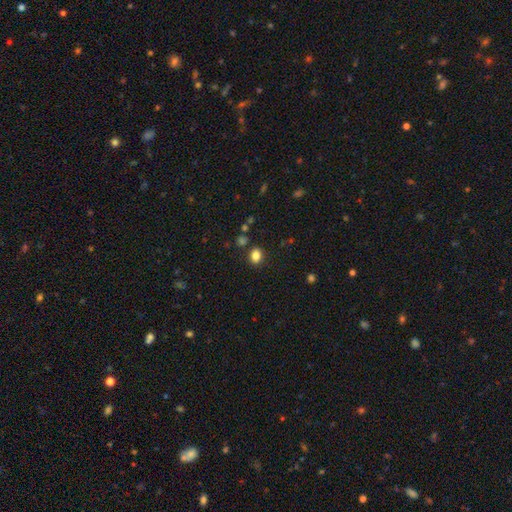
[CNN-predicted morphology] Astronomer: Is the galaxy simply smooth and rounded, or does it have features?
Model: smooth — 82%.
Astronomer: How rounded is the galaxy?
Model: in between — 58% (runner-up: round, 41%).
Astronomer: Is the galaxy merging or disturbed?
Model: none — 84%.